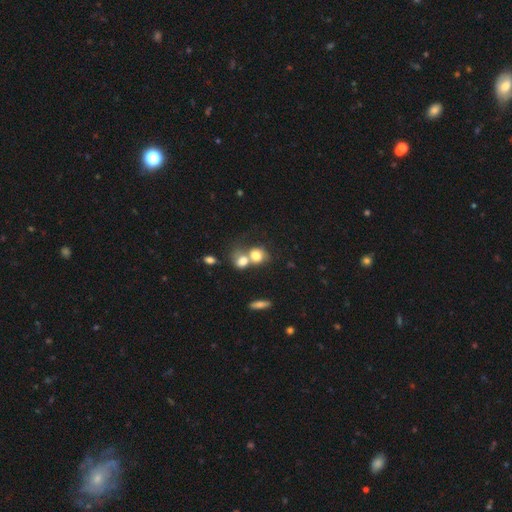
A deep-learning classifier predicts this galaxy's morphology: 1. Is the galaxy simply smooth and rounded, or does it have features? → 75% smooth, 16% featured or disk, 10% star or artifact.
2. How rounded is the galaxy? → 61% round, 37% in between, 1% cigar-shaped.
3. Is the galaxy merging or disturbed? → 65% merger, 22% none, 8% minor disturbance, 6% major disturbance.